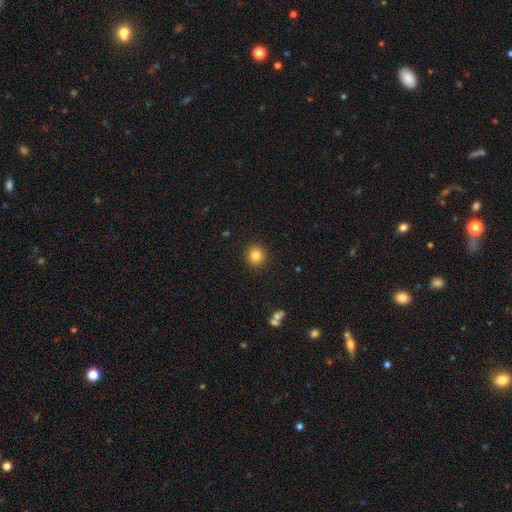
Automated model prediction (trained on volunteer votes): This is clearly a smooth galaxy (83%). How rounded: clearly round (93%). Merging: clearly none (92%).